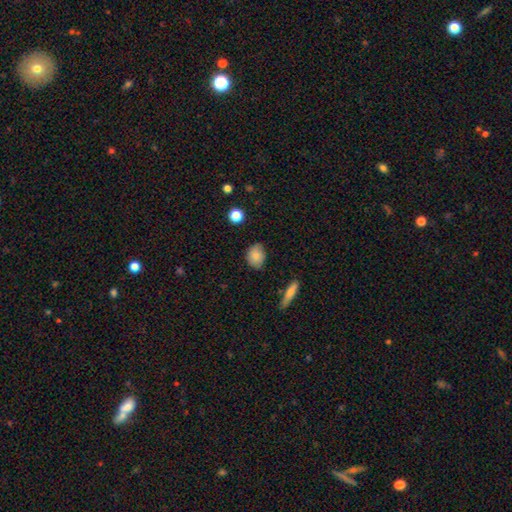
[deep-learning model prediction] smooth-or-featured: smooth: 83% | featured or disk: 9% | star or artifact: 8%
  how-rounded: in between: 56% | round: 42% | cigar-shaped: 2%
  merging: none: 74% | minor disturbance: 20% | major disturbance: 4% | merger: 2%